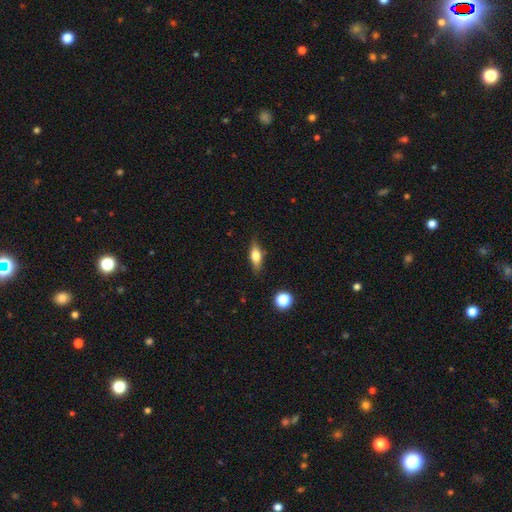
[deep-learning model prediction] Smooth or featured?
  - smooth: 63% *
  - featured or disk: 29%
  - star or artifact: 8%
How rounded?
  - in between: 64% *
  - cigar-shaped: 31%
  - round: 6%
Merging?
  - none: 82% *
  - minor disturbance: 13%
  - major disturbance: 3%
  - merger: 2%